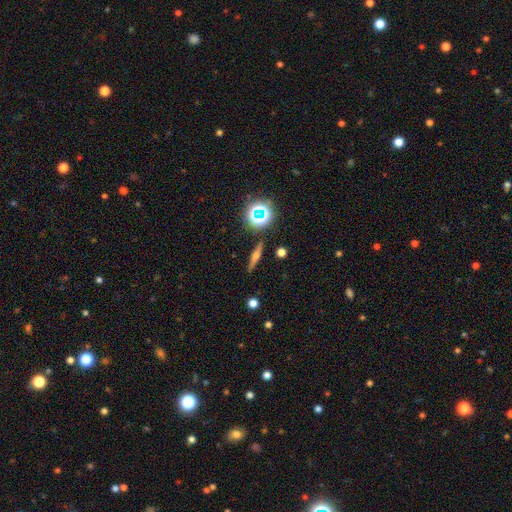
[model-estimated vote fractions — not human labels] This is possibly a featured or disk galaxy (54%). It is clearly viewed edge-on (95%). Edge-on bulge: clearly rounded (83%). Merging: clearly none (89%).